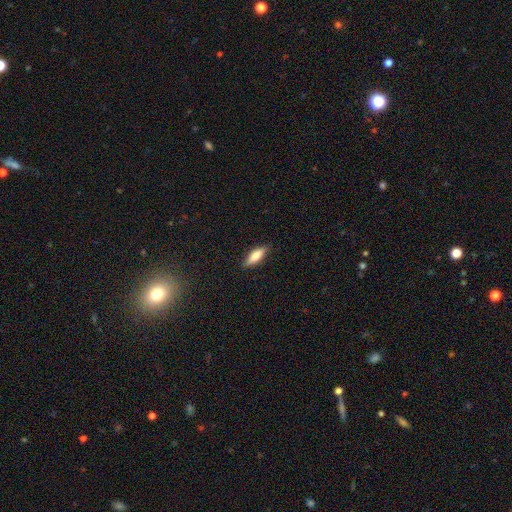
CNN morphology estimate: This is likely a smooth galaxy (72%). How rounded: possibly in between (54%). Merging: clearly none (85%).